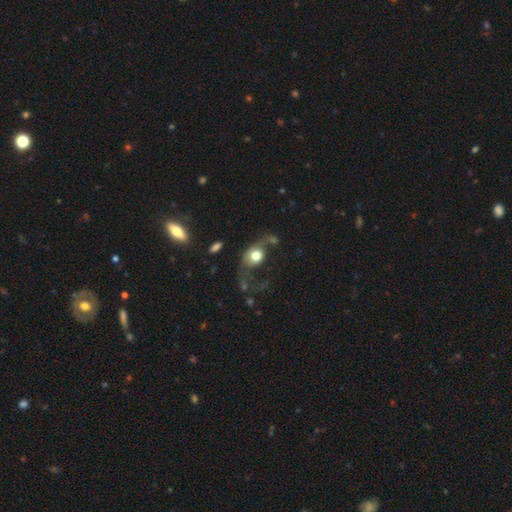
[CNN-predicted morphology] This is possibly a smooth galaxy (59%). How rounded: possibly round (56%). Merging: possibly major disturbance (48%).